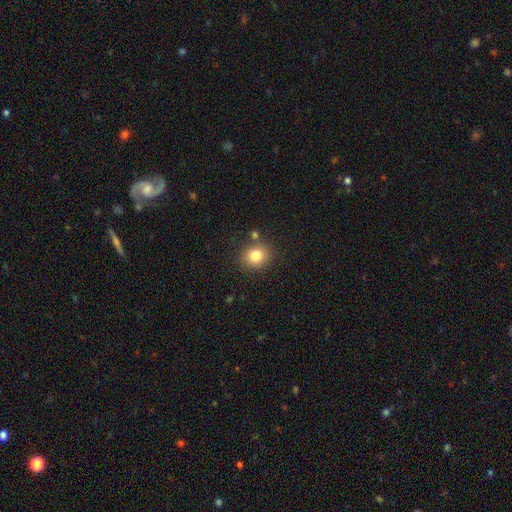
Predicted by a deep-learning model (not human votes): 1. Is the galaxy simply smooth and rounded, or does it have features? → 81% smooth, 11% star or artifact, 7% featured or disk.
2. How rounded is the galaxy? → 75% round, 24% in between, 1% cigar-shaped.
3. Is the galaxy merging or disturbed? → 81% none, 10% minor disturbance, 7% merger, 3% major disturbance.